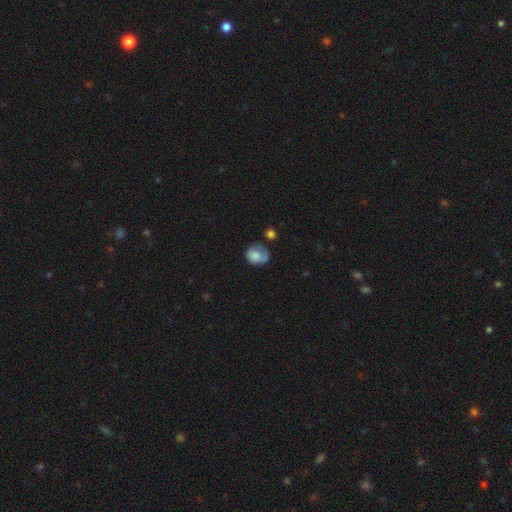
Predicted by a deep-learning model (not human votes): A smooth galaxy with no disk features (71%) that is round (64%). Merging: none (40%).